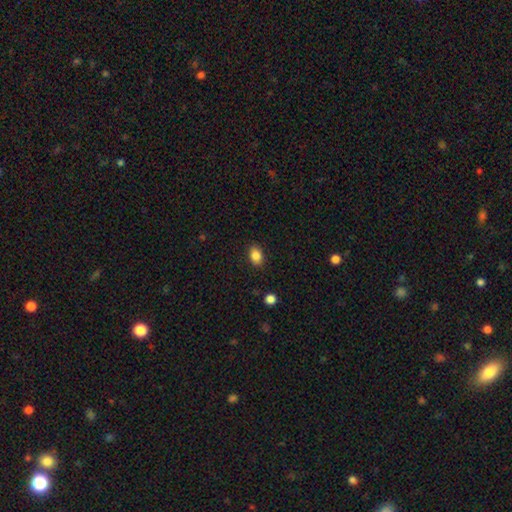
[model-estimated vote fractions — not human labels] Smooth or featured? Predicted: smooth (p=0.86). How rounded? Predicted: in between (p=0.78). Merging? Predicted: none (p=0.88).